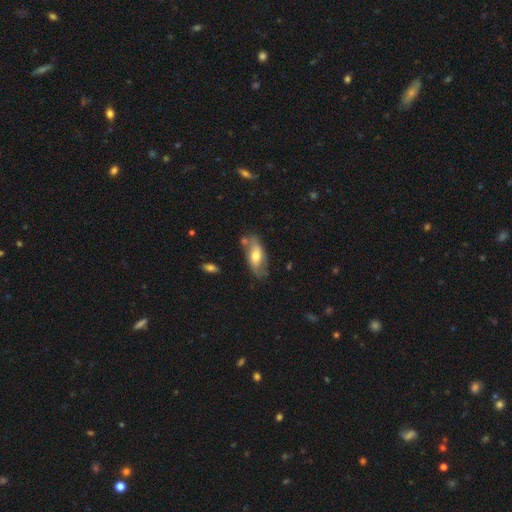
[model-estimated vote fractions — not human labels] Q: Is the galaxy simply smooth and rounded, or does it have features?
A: smooth — 51%.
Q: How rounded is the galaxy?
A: in between — 85%.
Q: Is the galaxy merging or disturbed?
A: none — 65%.